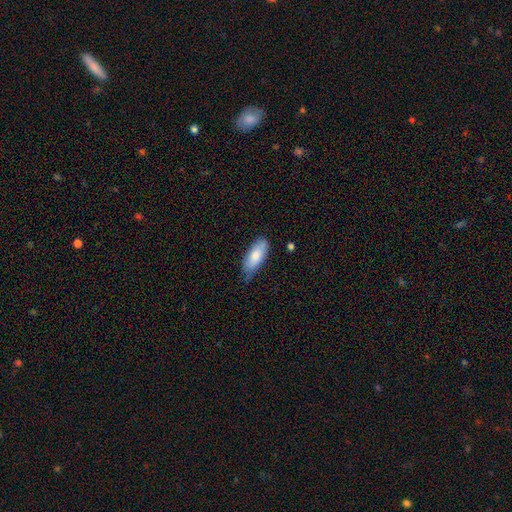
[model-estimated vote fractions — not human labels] A smooth galaxy with no disk features (80%) that is in between round and cigar-shaped (80%). Merging: none (66%).